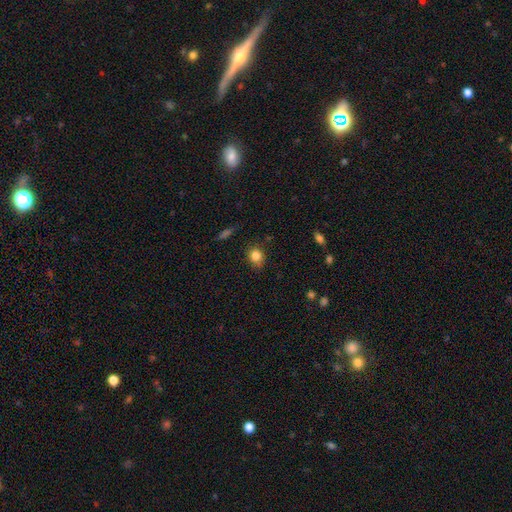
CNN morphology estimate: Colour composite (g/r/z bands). It shows a smooth galaxy with no disk features (83%) that is round (62%). Merging: none (79%).